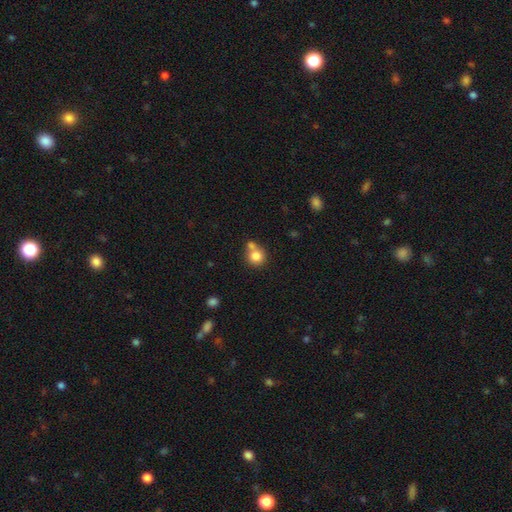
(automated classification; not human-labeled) This appears to be a smooth galaxy with no disk features (80%) that is round (86%). Merging: none (49%).